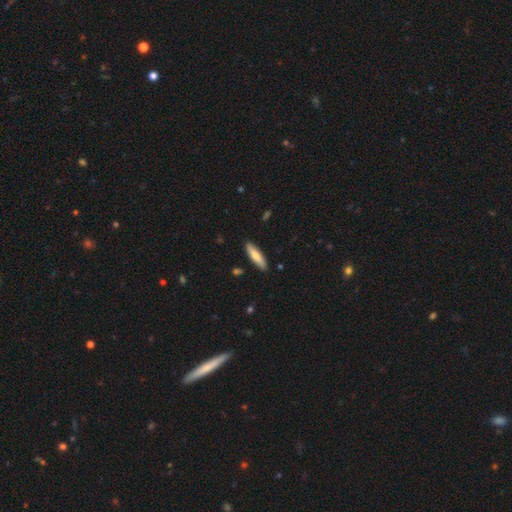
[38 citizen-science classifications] A smooth galaxy with no disk features (68%) that is cigar-shaped (88%). Merging: none (86%).